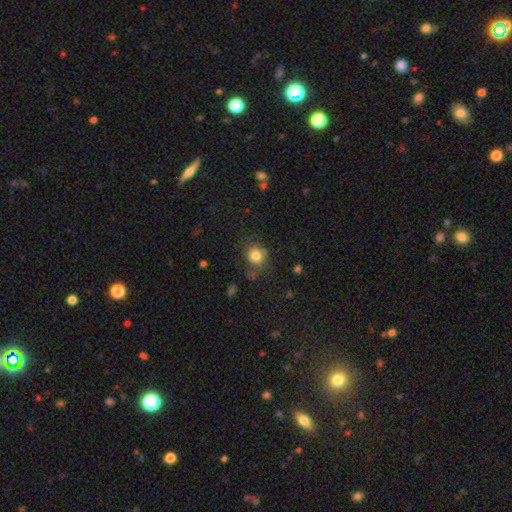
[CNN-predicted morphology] Q: Smooth or featured?
A: smooth (81%); runner-up: star or artifact (12%)
Q: How rounded?
A: round (80%); runner-up: in between (19%)
Q: Merging?
A: none (72%); runner-up: minor disturbance (17%)